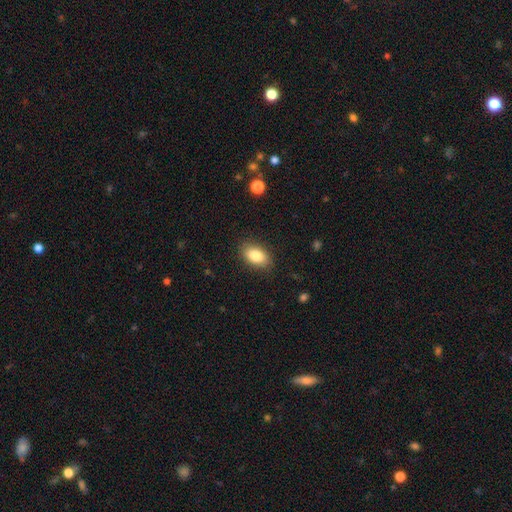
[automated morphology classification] smooth-or-featured: smooth: 84% | featured or disk: 8% | star or artifact: 7%
  how-rounded: in between: 91% | round: 6% | cigar-shaped: 2%
  merging: none: 86% | minor disturbance: 10% | major disturbance: 3% | merger: 1%